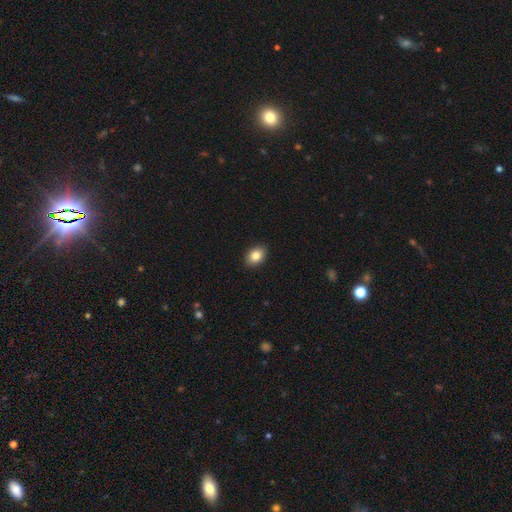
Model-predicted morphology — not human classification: type=smooth (83%); roundness=in between (75%); merging=none (90%).